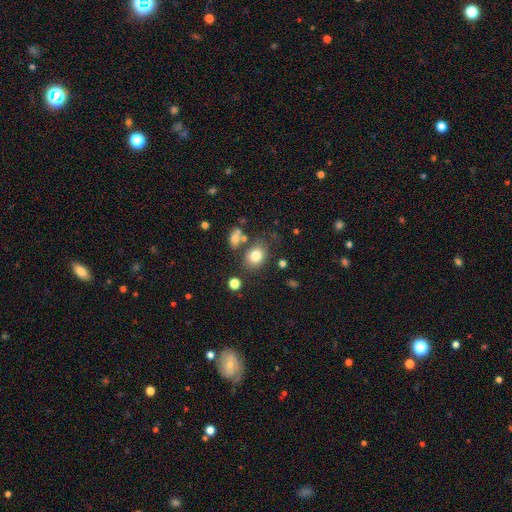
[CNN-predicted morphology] A smooth galaxy with no disk features (79%) that is in between round and cigar-shaped (50%).

Vote fractions:
- Smooth or featured? smooth: 79% / star or artifact: 11% / featured or disk: 10%
- How rounded? in between: 50% / round: 49% / cigar-shaped: 1%
- Merging? none: 68% / minor disturbance: 15% / merger: 10% / major disturbance: 6%